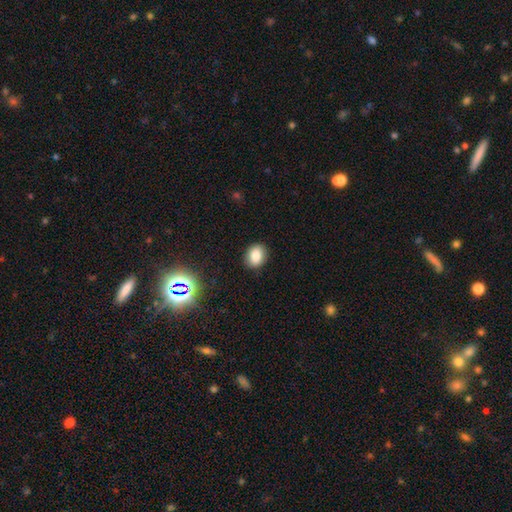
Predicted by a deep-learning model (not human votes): smooth 83%, star or artifact 11%, featured or disk 7%. Down the decision tree: how rounded — in between (52%); merging — none (88%).